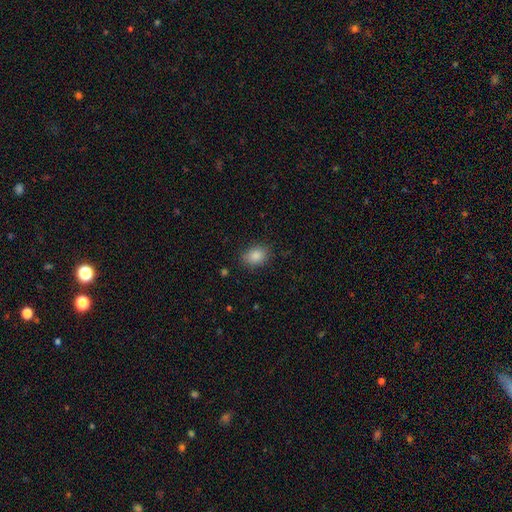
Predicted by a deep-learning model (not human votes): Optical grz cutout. It shows a smooth galaxy with no disk features (87%) that is in between round and cigar-shaped (65%). Merging: none (82%).